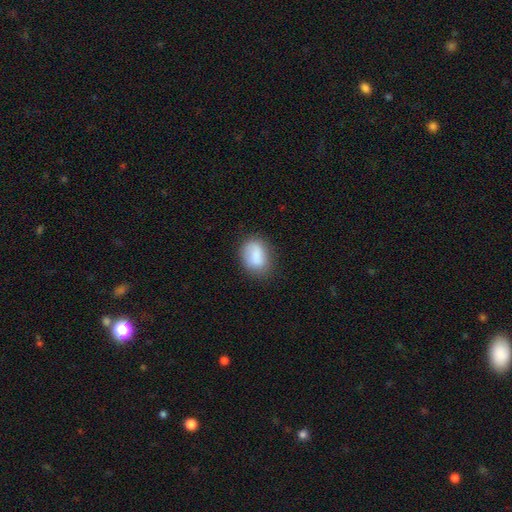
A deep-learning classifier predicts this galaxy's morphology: Q: Smooth or featured?
A: smooth (81%); runner-up: featured or disk (11%)
Q: How rounded?
A: in between (75%); runner-up: round (23%)
Q: Merging?
A: none (70%); runner-up: minor disturbance (21%)